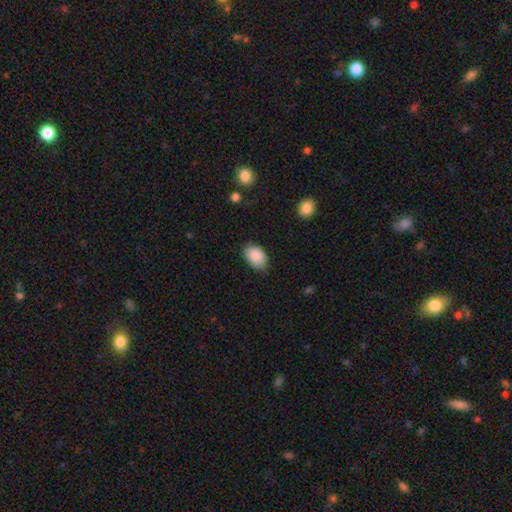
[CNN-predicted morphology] Smooth or featured? smooth (88%)
How rounded? in between (85%)
Merging? none (70%)